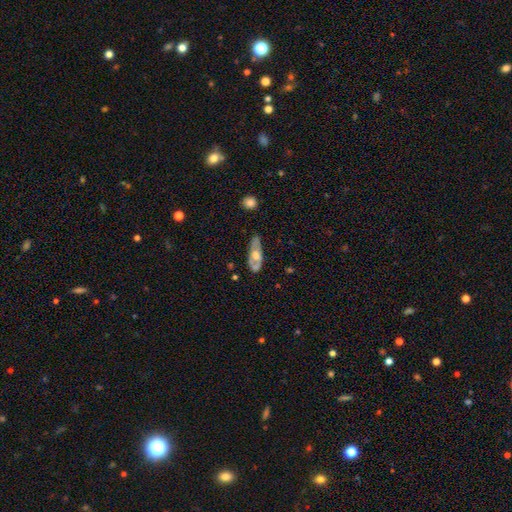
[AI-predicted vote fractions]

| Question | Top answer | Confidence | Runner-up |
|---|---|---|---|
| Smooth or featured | featured or disk | 55% | smooth (38%) |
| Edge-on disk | no | 73% | yes (27%) |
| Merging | none | 63% | minor disturbance (25%) |